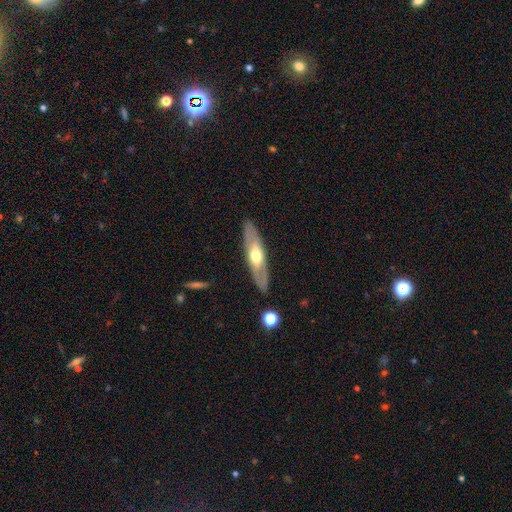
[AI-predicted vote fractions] Overall: featured or disk (59%; smooth 36%). Edge-on disk: yes (55%; no 45%). Merging: none (86%).